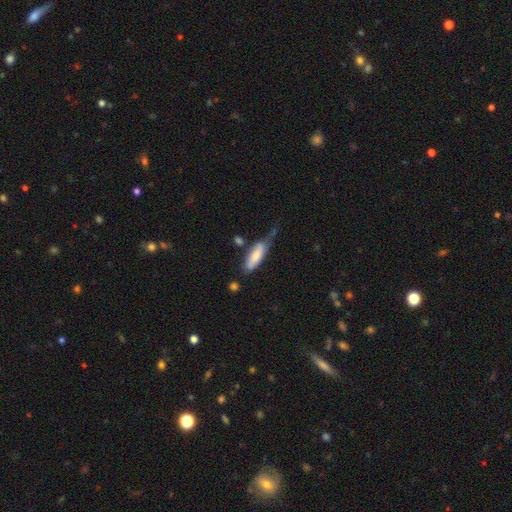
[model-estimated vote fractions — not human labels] Smooth or featured? Predicted: smooth (p=0.72). How rounded? Predicted: cigar-shaped (p=0.50). Merging? Predicted: none (p=0.38).